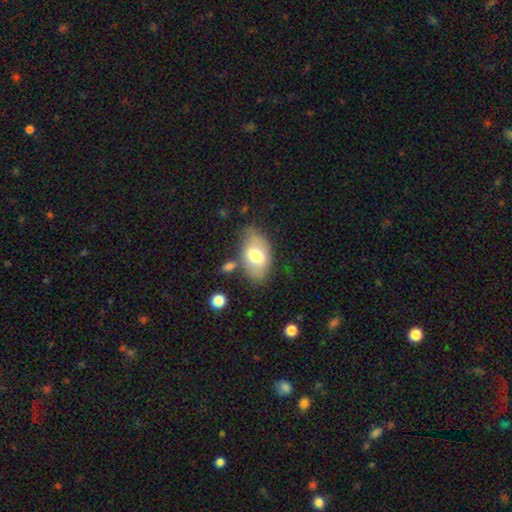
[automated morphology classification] A smooth galaxy with no disk features (61%) that is in between round and cigar-shaped (91%).

Vote fractions:
- Smooth or featured? smooth: 61% / featured or disk: 32% / star or artifact: 7%
- How rounded? in between: 91% / round: 7% / cigar-shaped: 2%
- Merging? none: 64% / minor disturbance: 20% / merger: 8% / major disturbance: 7%